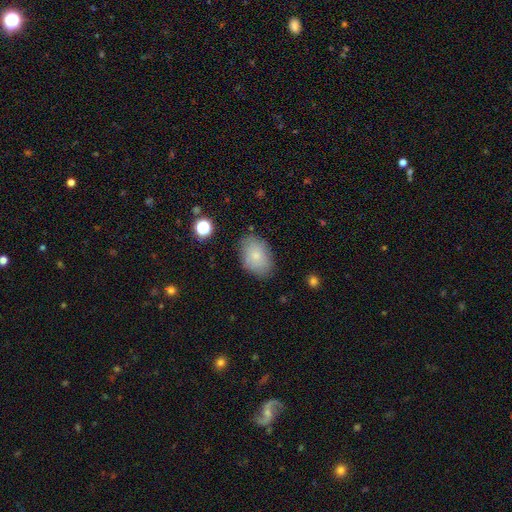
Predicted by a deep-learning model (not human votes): Smooth or featured: smooth — 79% (featured or disk — 13%)
How rounded: in between — 86% (round — 13%)
Merging: none — 80% (minor disturbance — 14%)